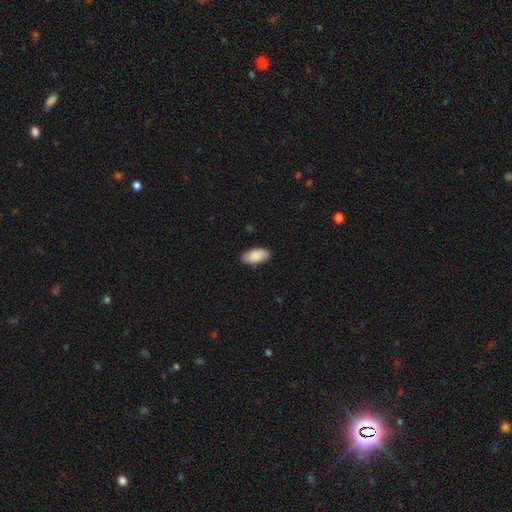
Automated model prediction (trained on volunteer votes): This is clearly a smooth galaxy (88%). How rounded: clearly in between (95%). Merging: clearly none (86%).